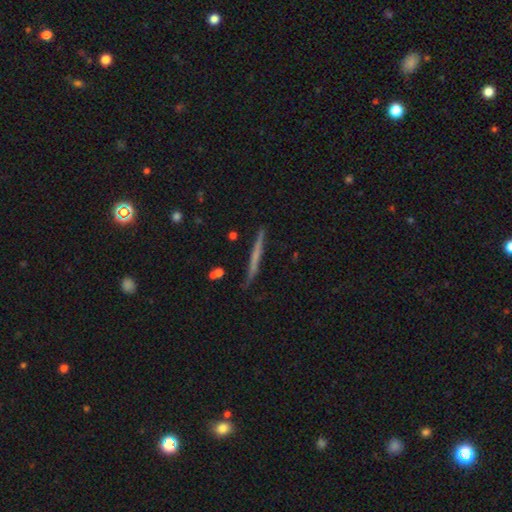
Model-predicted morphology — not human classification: smooth-or-featured: featured or disk: 47% | smooth: 46% | star or artifact: 6%
  merging: none: 87% | minor disturbance: 9% | major disturbance: 2% | merger: 2%